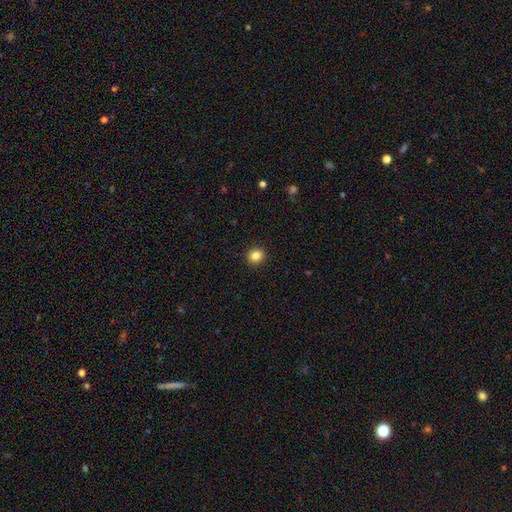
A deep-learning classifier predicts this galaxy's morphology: type=smooth (84%); roundness=round (82%); merging=none (92%).